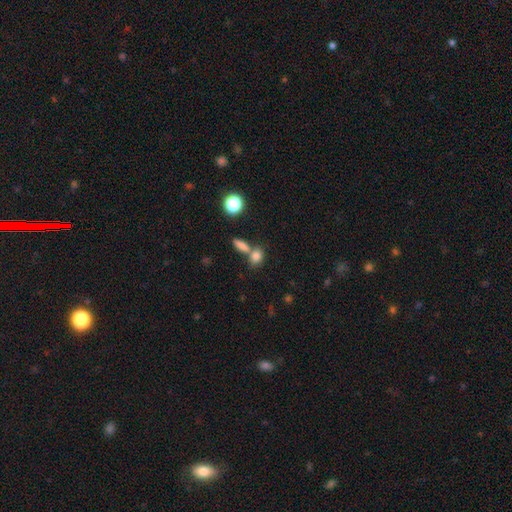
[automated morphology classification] This is clearly a smooth galaxy (81%). How rounded: likely in between (65%). Merging: possibly none (47%).